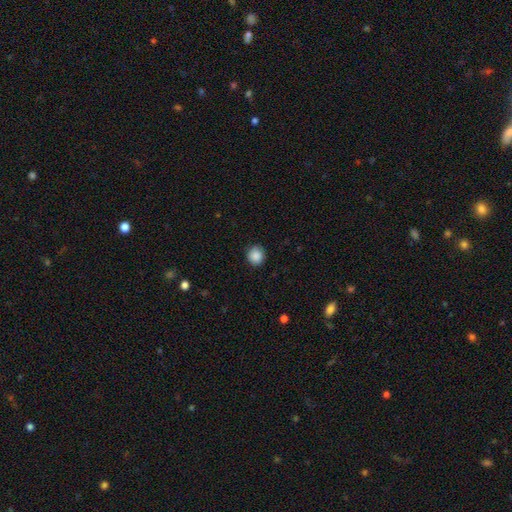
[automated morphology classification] Smooth or featured?
  - smooth: 88% *
  - star or artifact: 9%
  - featured or disk: 3%
How rounded?
  - round: 89% *
  - in between: 10%
  - cigar-shaped: 1%
Merging?
  - none: 87% *
  - minor disturbance: 9%
  - major disturbance: 2%
  - merger: 1%